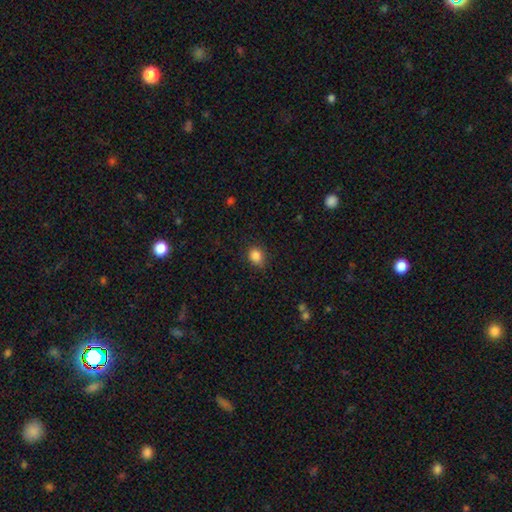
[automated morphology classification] smooth-or-featured: smooth: 86% | star or artifact: 10% | featured or disk: 4%
  how-rounded: round: 65% | in between: 34% | cigar-shaped: 1%
  merging: none: 82% | minor disturbance: 14% | major disturbance: 3% | merger: 1%